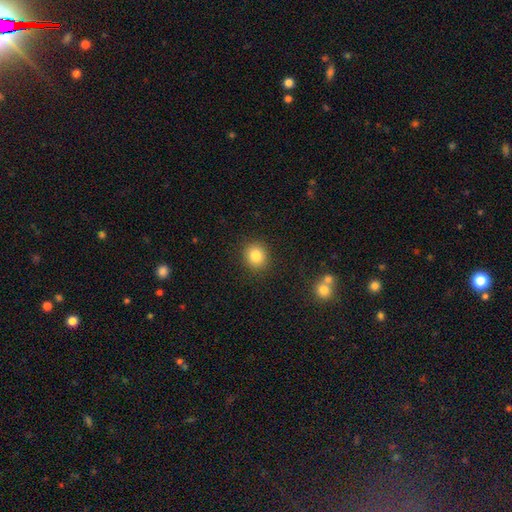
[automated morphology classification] A smooth galaxy with no disk features (84%) that is round (84%).

Vote fractions:
- Smooth or featured? smooth: 84% / star or artifact: 10% / featured or disk: 6%
- How rounded? round: 84% / in between: 15% / cigar-shaped: 1%
- Merging? none: 89% / minor disturbance: 7% / major disturbance: 2% / merger: 1%